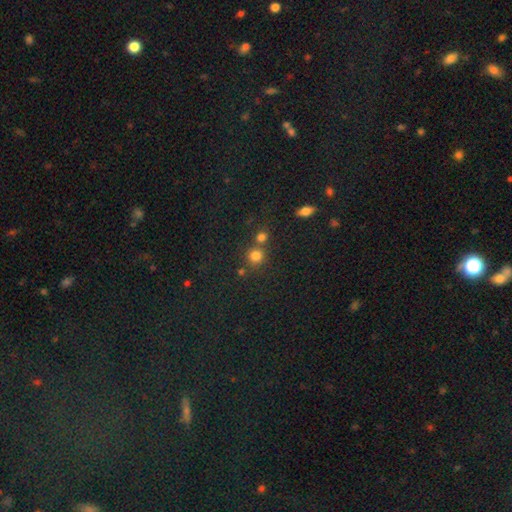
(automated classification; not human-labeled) A smooth galaxy with no disk features (77%) that is round (89%). Merging: none (61%).